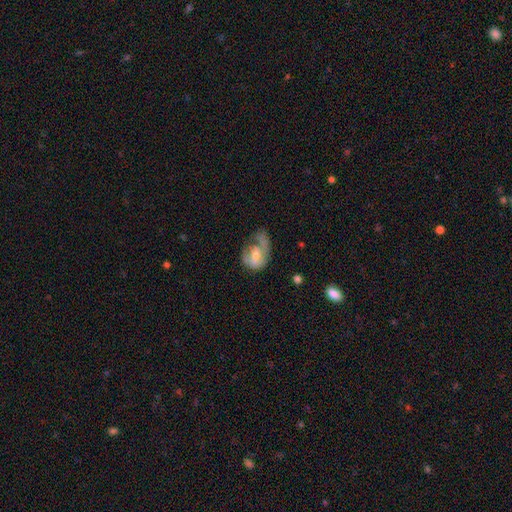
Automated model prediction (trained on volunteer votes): Smooth or featured? featured or disk (59%)
Edge-on disk? no (96%)
Bar? no (48%)
Spiral arms? yes (67%)
Bulge size? moderate (45%)
Merging? major disturbance (40%)